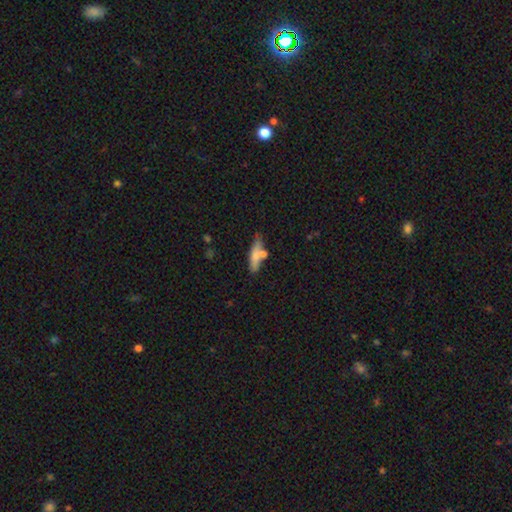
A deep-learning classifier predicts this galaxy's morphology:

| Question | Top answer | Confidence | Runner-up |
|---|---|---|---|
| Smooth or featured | smooth | 69% | featured or disk (24%) |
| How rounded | cigar-shaped | 66% | in between (31%) |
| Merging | none | 60% | minor disturbance (18%) |